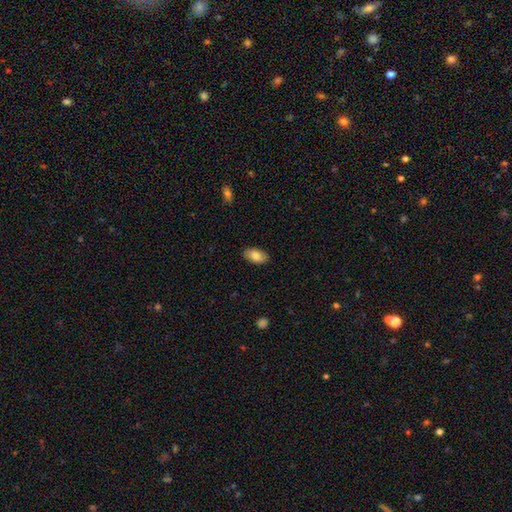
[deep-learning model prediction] Q: Smooth or featured?
A: smooth (80%); runner-up: featured or disk (14%)
Q: How rounded?
A: in between (94%); runner-up: round (4%)
Q: Merging?
A: none (87%); runner-up: minor disturbance (10%)